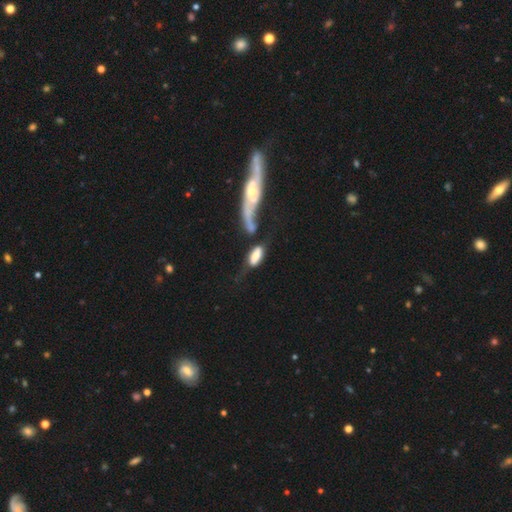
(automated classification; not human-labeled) smooth_or_featured: smooth (p=0.67) [alt: featured or disk p=0.26]
how_rounded: in between (p=0.84) [alt: cigar-shaped p=0.12]
merging: merger (p=0.37) [alt: none p=0.24]